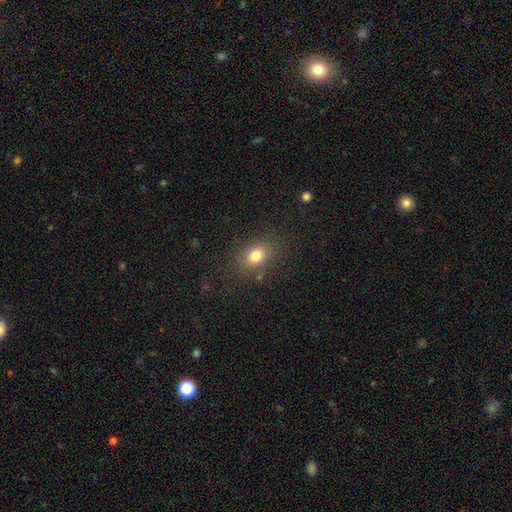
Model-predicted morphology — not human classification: Overall: smooth (79%). How rounded: in between (67%; round 32%). Merging: none (81%).